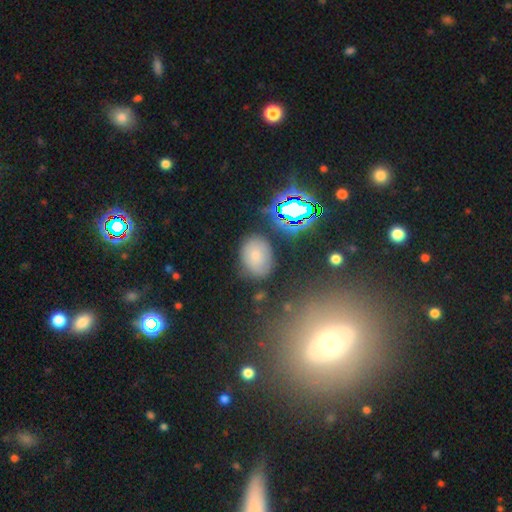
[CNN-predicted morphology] smooth-or-featured: smooth: 67% | star or artifact: 19% | featured or disk: 14%
  how-rounded: in between: 72% | round: 26% | cigar-shaped: 1%
  merging: none: 76% | minor disturbance: 15% | major disturbance: 5% | merger: 4%